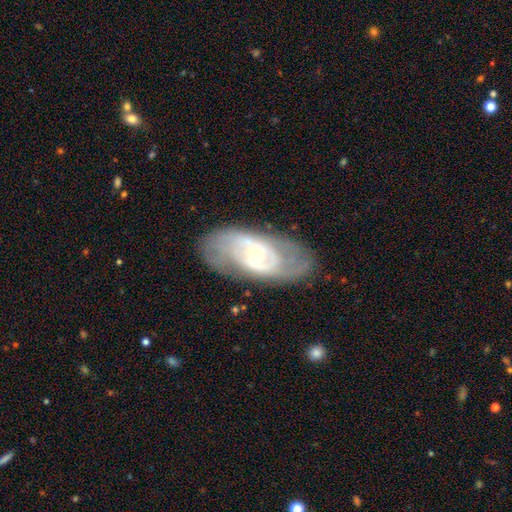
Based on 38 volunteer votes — Smooth or featured: featured or disk — 87% (smooth — 11%)
Edge-on disk: no — 100%
Bar: no — 70% (weak — 30%)
Spiral arms: yes — 85% (no — 15%)
Spiral winding: medium — 54% (tight — 32%)
Spiral arm count: 2 — 46% (can't tell — 39%)
Bulge size: small — 58% (moderate — 36%)
Merging: none — 81% (major disturbance — 11%)